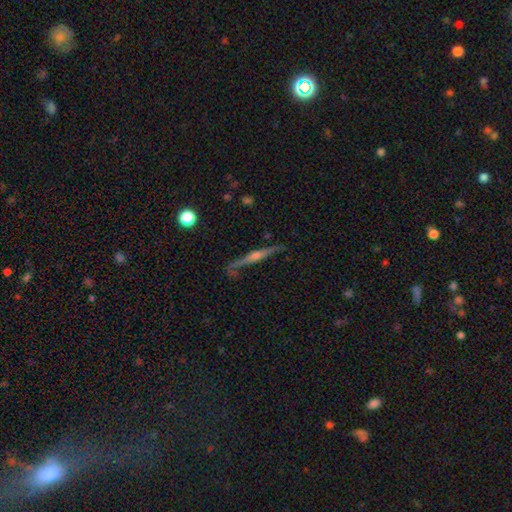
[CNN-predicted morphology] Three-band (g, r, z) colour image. It shows a featured or disk galaxy (79%) viewed edge-on (95%) with a rounded central bulge (81%). Merging: none (76%).